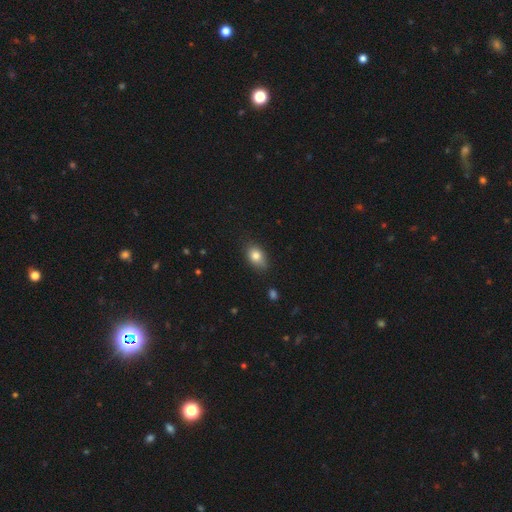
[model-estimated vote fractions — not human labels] Q: Smooth or featured?
A: smooth (81%); runner-up: featured or disk (10%)
Q: How rounded?
A: in between (80%); runner-up: round (18%)
Q: Merging?
A: none (74%); runner-up: minor disturbance (21%)